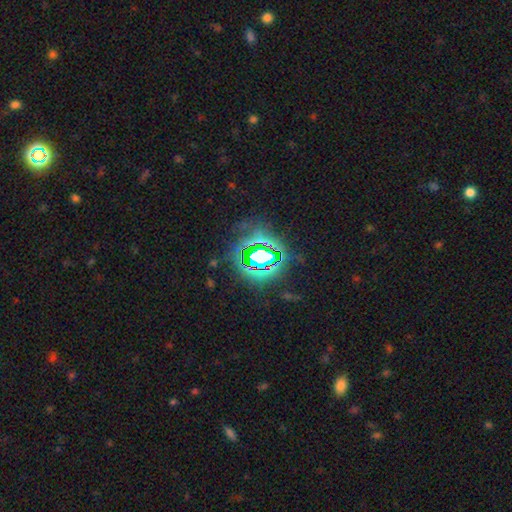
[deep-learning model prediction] Smooth or featured: star or artifact — 77% (smooth — 12%)